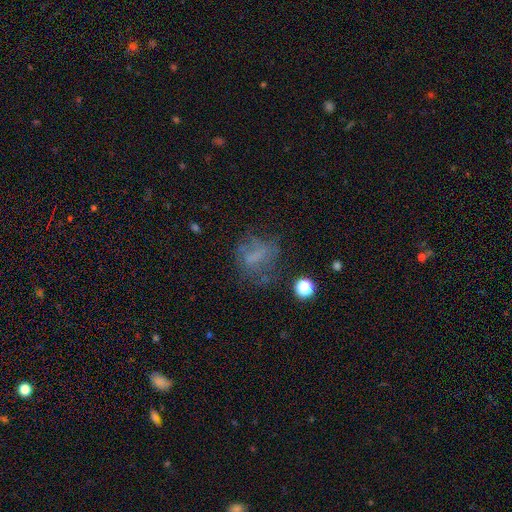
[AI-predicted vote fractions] This appears to be a smooth galaxy with no disk features (44%). Merging: none (49%).